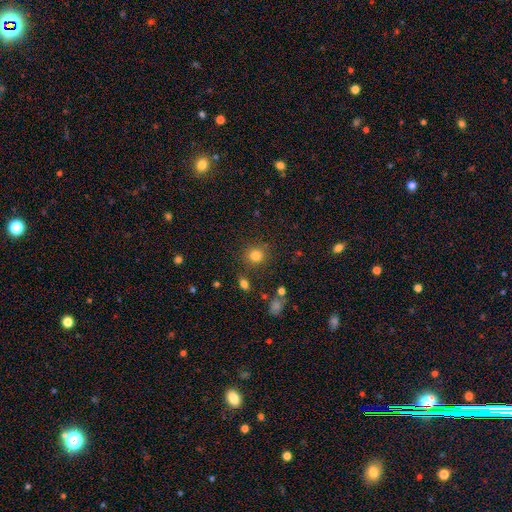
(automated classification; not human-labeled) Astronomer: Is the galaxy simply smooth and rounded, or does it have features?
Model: smooth — 81%.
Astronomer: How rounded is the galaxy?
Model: round — 86%.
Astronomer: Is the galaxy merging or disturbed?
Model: none — 82%.